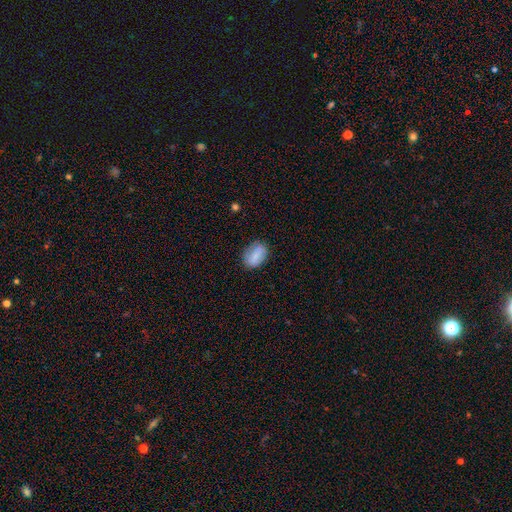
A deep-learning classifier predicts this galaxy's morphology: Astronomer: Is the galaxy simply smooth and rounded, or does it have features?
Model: smooth — 76%.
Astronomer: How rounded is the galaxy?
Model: in between — 83%.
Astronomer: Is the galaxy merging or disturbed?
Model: none — 77%.